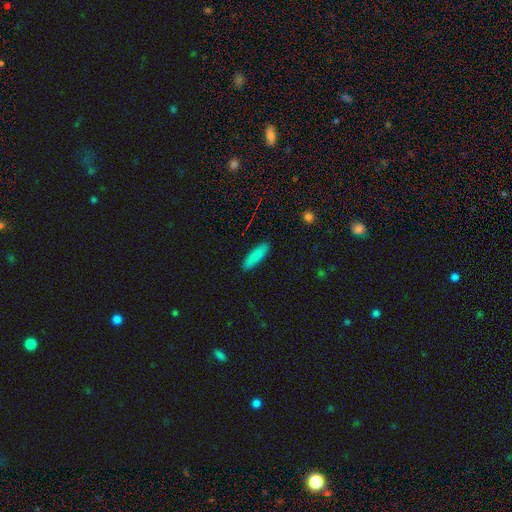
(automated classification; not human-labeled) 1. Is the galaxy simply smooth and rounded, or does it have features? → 85% smooth, 8% featured or disk, 7% star or artifact.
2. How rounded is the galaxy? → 65% cigar-shaped, 33% in between, 2% round.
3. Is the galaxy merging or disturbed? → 89% none, 8% minor disturbance, 2% major disturbance, 1% merger.